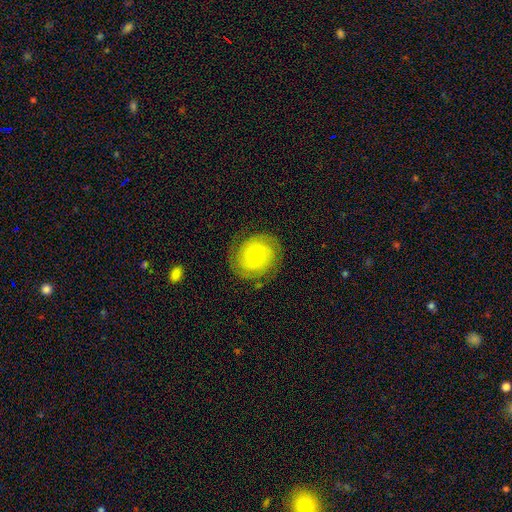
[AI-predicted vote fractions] Q: Smooth or featured?
A: featured or disk (72%); runner-up: smooth (21%)
Q: Edge-on disk?
A: no (97%); runner-up: yes (3%)
Q: Bar?
A: weak (49%); runner-up: no (38%)
Q: Spiral arms?
A: yes (90%); runner-up: no (10%)
Q: Spiral winding?
A: tight (66%); runner-up: medium (27%)
Q: Spiral arm count?
A: 2 (57%); runner-up: can't tell (23%)
Q: Bulge size?
A: small (48%); tied with: moderate (48%)
Q: Merging?
A: none (82%); runner-up: minor disturbance (12%)